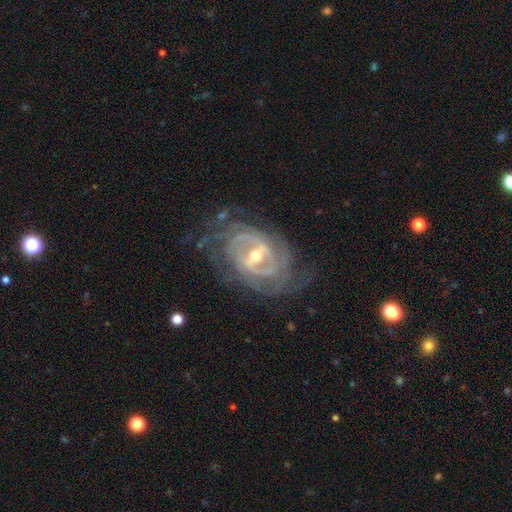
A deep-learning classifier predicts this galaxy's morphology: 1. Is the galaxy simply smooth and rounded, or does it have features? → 90% featured or disk, 5% star or artifact, 5% smooth.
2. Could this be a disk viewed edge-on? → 96% no, 4% yes.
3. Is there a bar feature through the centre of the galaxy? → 52% strong, 38% weak, 10% no.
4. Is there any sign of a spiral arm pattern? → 93% yes, 7% no.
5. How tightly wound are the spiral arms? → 60% tight, 31% medium, 9% loose.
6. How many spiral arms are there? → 33% can't tell, 29% 2, 15% 3, 12% 4, 6% more than 4, 5% 1.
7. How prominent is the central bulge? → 53% moderate, 42% small, 3% large, 1% none, 1% dominant.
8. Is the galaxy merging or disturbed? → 67% none, 19% minor disturbance, 12% major disturbance, 2% merger.